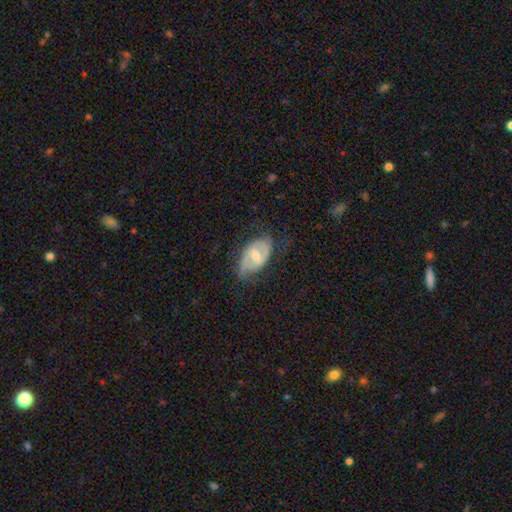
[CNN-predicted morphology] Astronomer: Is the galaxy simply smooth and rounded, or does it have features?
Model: featured or disk — 65%.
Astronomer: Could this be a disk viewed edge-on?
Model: no — 94%.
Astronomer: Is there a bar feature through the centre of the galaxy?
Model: weak — 52%.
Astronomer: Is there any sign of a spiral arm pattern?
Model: yes — 76%.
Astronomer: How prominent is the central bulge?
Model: moderate — 59% (runner-up: small, 35%).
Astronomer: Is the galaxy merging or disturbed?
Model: none — 66%.